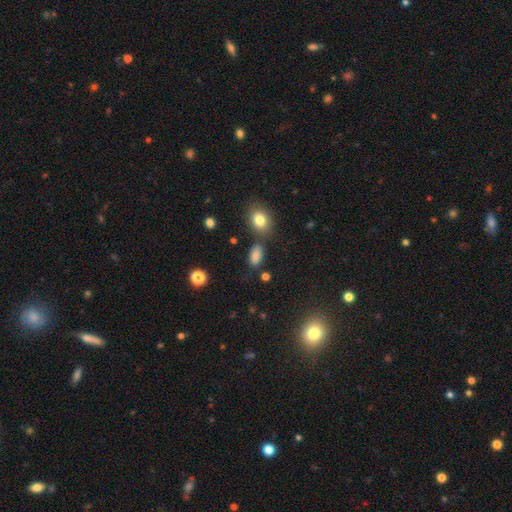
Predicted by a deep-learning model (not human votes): This is clearly a smooth galaxy (83%). How rounded: clearly in between (89%). Merging: likely none (70%).